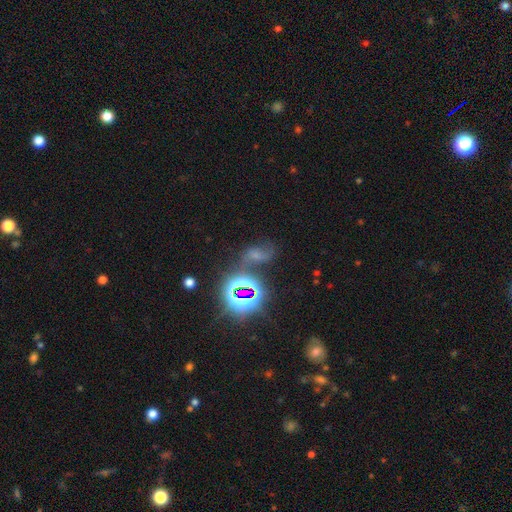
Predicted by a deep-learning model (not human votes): Q: Smooth or featured?
A: star or artifact (42%); runner-up: featured or disk (33%)